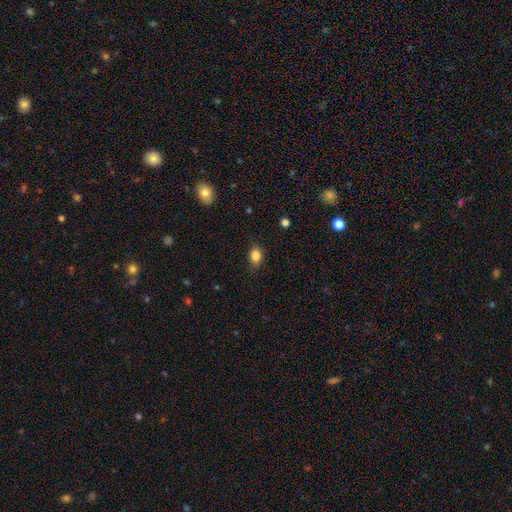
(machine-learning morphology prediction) A smooth galaxy with no disk features (83%) that is in between round and cigar-shaped (77%). Merging: none (81%).